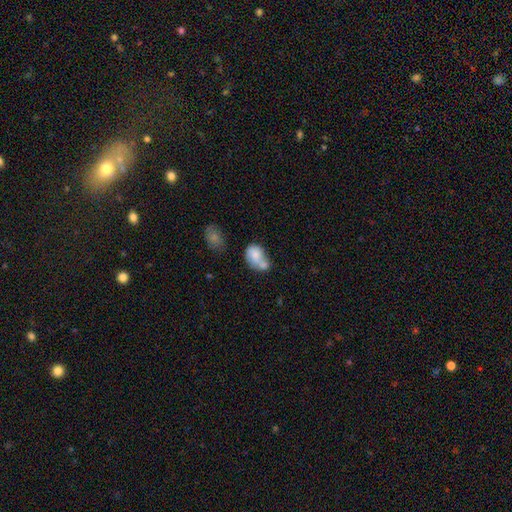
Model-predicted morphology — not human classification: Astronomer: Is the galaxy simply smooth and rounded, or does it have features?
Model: smooth — 70%.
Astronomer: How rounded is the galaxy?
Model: in between — 74%.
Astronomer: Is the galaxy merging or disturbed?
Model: merger — 52%.